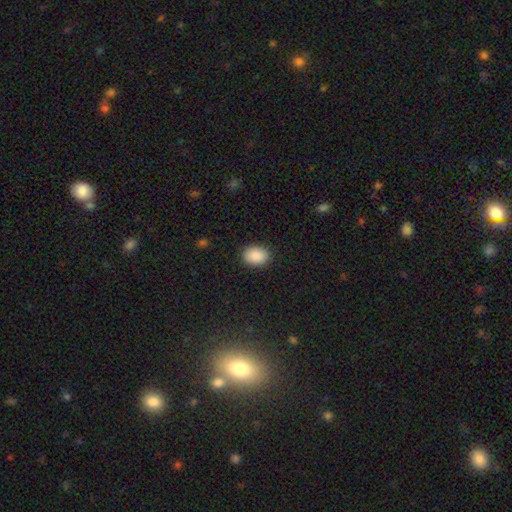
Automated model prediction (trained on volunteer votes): smooth 89%, star or artifact 7%, featured or disk 3%. Down the decision tree: how rounded — in between (72%); merging — none (89%).